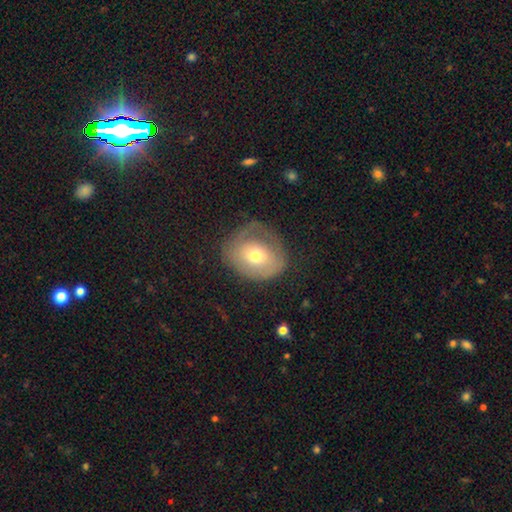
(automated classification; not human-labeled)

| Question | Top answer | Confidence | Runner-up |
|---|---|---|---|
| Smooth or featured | smooth | 53% | featured or disk (40%) |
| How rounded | round | 52% | in between (47%) |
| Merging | none | 55% | minor disturbance (26%) |